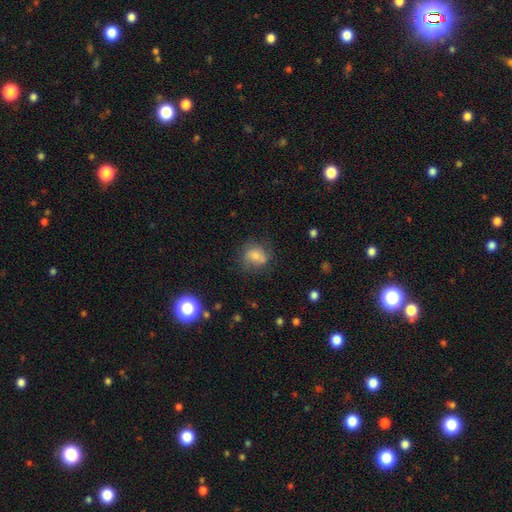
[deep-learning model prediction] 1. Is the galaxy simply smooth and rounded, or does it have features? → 68% smooth, 21% featured or disk, 11% star or artifact.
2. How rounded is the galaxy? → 59% round, 40% in between, 1% cigar-shaped.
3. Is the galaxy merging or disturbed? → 57% none, 25% minor disturbance, 13% major disturbance, 4% merger.